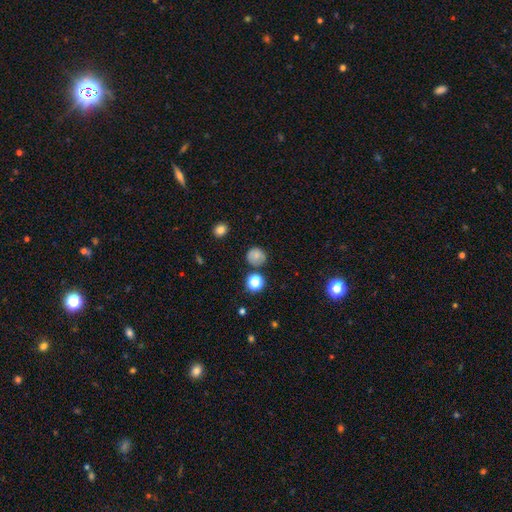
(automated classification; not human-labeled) smooth 75%, star or artifact 14%, featured or disk 11%. Down the decision tree: how rounded — round (89%); merging — none (79%).